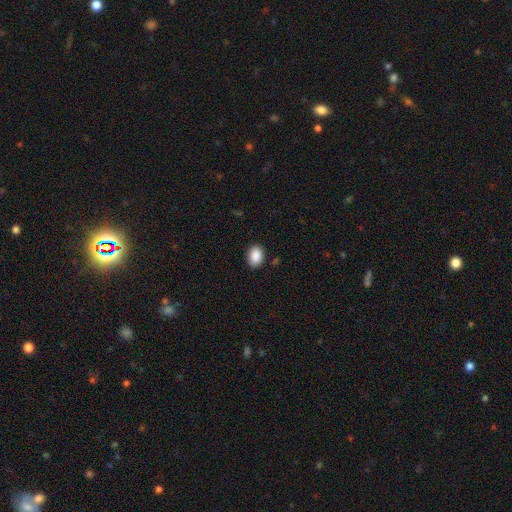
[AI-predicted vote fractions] A smooth galaxy with no disk features (90%) that is in between round and cigar-shaped (81%). Merging: none (88%).